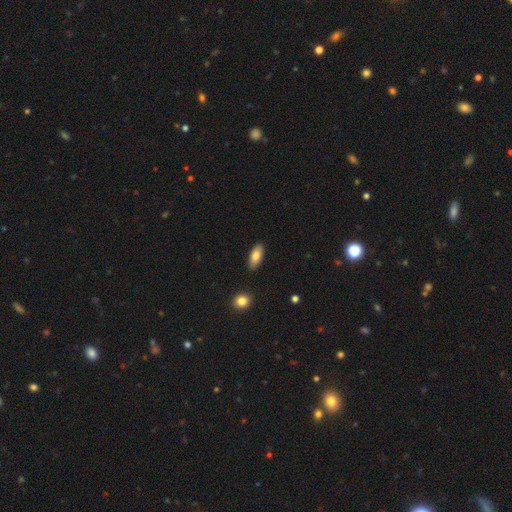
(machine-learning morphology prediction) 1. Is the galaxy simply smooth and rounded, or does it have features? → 81% smooth, 12% featured or disk, 7% star or artifact.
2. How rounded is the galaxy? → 85% in between, 13% cigar-shaped, 2% round.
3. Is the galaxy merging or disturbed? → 87% none, 9% minor disturbance, 2% major disturbance, 2% merger.